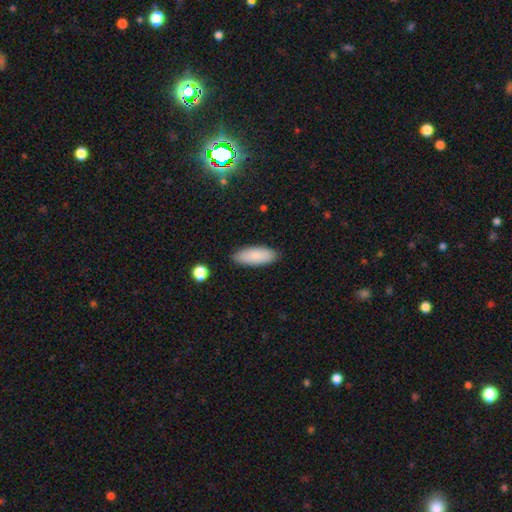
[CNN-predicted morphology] A smooth galaxy with no disk features (87%) that is in between round and cigar-shaped (76%). Merging: none (87%).